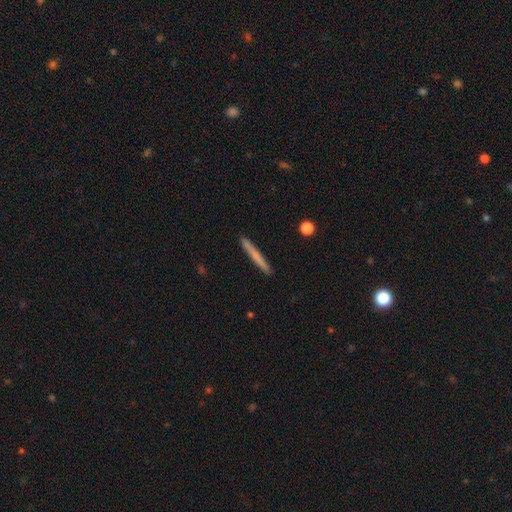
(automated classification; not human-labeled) Smooth or featured? Predicted: smooth (p=0.64). How rounded? Predicted: cigar-shaped (p=0.97). Merging? Predicted: none (p=0.92).